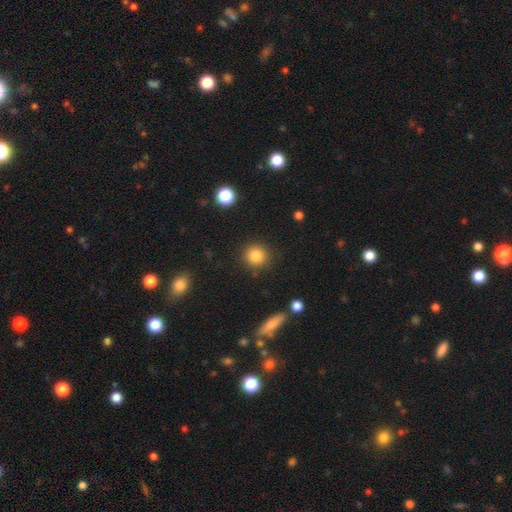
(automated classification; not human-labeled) Morphology: type=smooth (85%); roundness=round (91%); merging=none (89%).